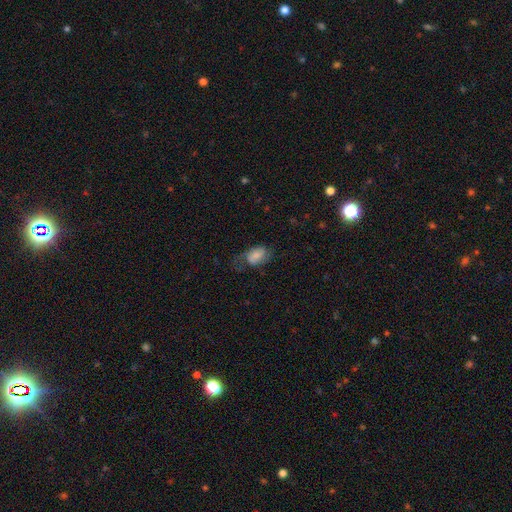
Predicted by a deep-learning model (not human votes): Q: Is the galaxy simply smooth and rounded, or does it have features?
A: smooth — 62%.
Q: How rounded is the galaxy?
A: in between — 88%.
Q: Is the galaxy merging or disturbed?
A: none — 40%.